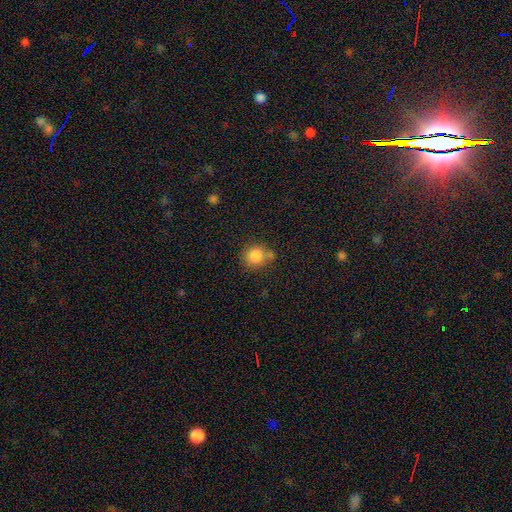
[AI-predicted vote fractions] Smooth or featured? smooth (85%)
How rounded? round (88%)
Merging? none (66%)